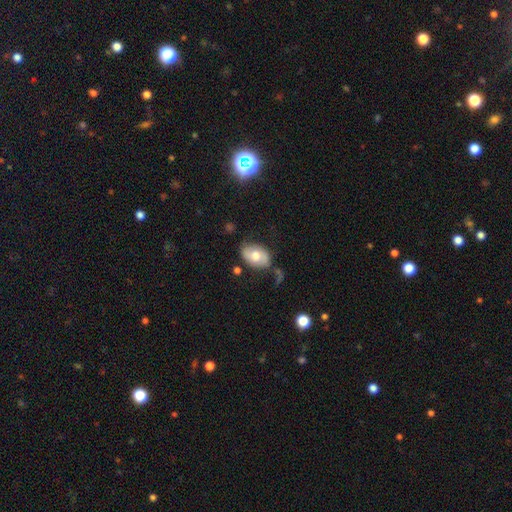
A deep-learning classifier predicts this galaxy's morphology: smooth-or-featured: smooth: 63% | featured or disk: 30% | star or artifact: 7%
  how-rounded: in between: 84% | round: 14% | cigar-shaped: 1%
  merging: none: 64% | minor disturbance: 22% | major disturbance: 8% | merger: 5%